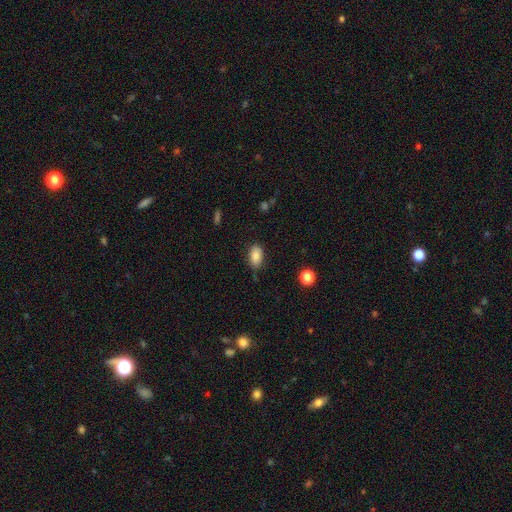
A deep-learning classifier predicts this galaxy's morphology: Smooth or featured? Predicted: smooth (p=0.85). How rounded? Predicted: in between (p=0.91). Merging? Predicted: none (p=0.76).